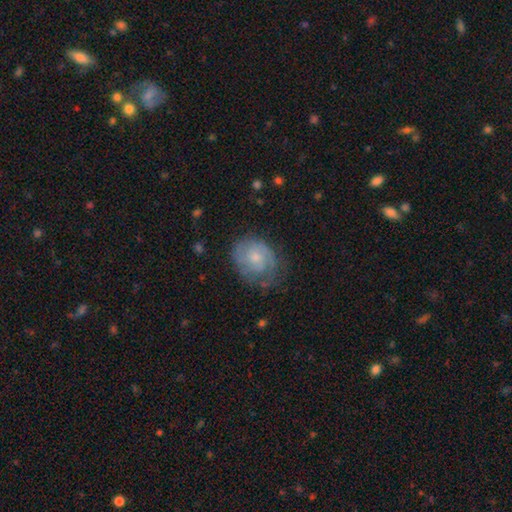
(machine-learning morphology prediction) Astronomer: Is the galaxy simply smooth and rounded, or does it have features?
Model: featured or disk — 66%.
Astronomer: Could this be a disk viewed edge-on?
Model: no — 97%.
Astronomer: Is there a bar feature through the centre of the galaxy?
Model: no — 76%.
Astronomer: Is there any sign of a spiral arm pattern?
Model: yes — 89%.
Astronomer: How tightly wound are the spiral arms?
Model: tight — 60%.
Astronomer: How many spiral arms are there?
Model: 2 — 43% (runner-up: can't tell, 31%).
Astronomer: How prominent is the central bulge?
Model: small — 57% (runner-up: moderate, 35%).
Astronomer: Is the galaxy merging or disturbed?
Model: none — 64%.